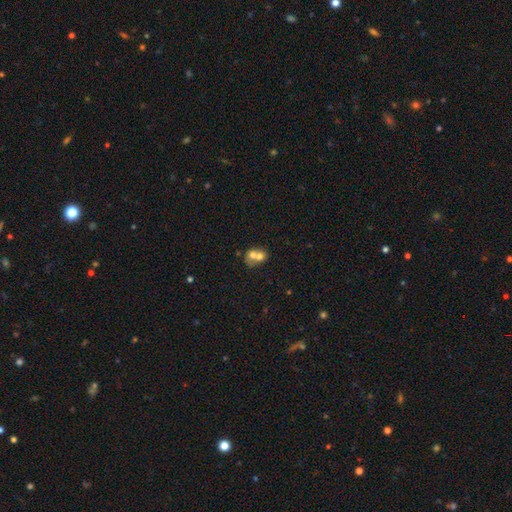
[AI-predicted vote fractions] This is likely a smooth galaxy (62%). How rounded: possibly round (58%). Merging: likely merger (70%).